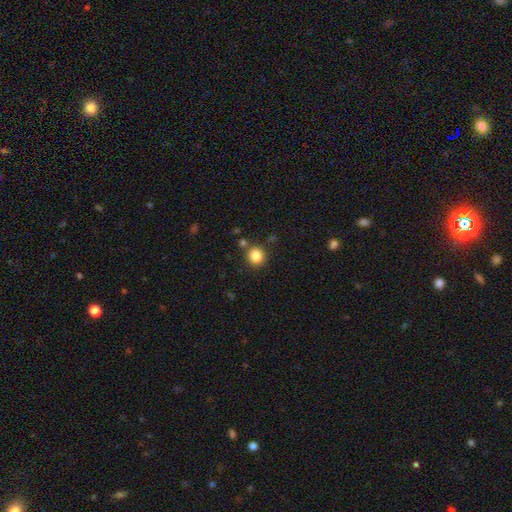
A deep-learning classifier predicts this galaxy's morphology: This appears to be a smooth galaxy with no disk features (85%) that is round (88%). Merging: none (83%).